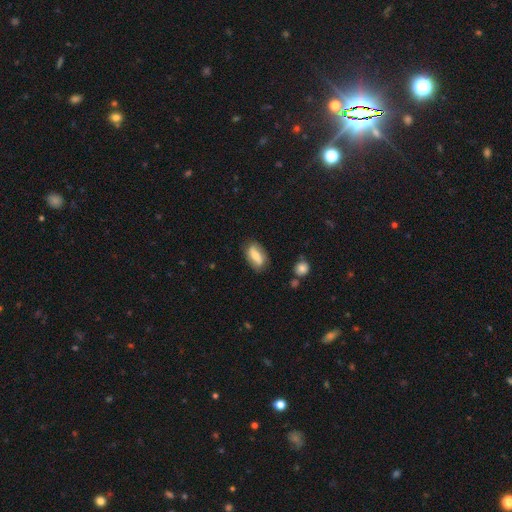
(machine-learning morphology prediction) A smooth galaxy with no disk features (54%) that is in between round and cigar-shaped (83%).

Vote fractions:
- Smooth or featured? smooth: 54% / featured or disk: 39% / star or artifact: 7%
- How rounded? in between: 83% / cigar-shaped: 11% / round: 6%
- Merging? none: 78% / minor disturbance: 16% / major disturbance: 4% / merger: 2%